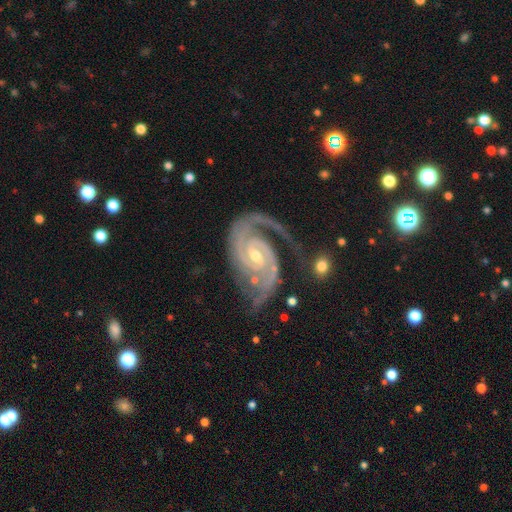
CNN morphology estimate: featured or disk 93%, star or artifact 4%, smooth 2%. Down the decision tree: edge-on disk — no (98%); bar — weak (44%); spiral arms — yes (99%); spiral arm count — 2 (82%); spiral winding — tight (54%); bulge size — small (49%); merging — none (63%).